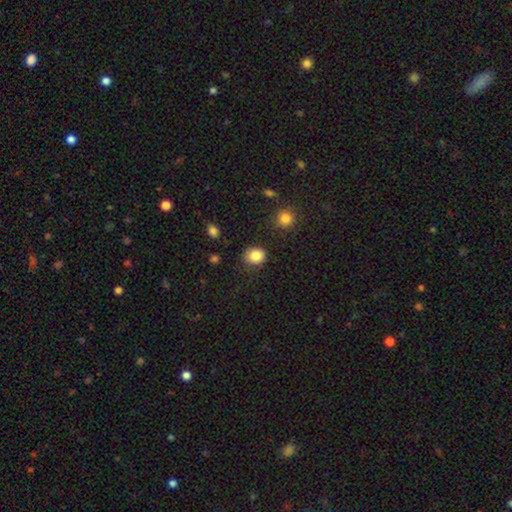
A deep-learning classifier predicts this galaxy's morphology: This appears to be a smooth galaxy with no disk features (85%) that is round (66%). Merging: none (78%).